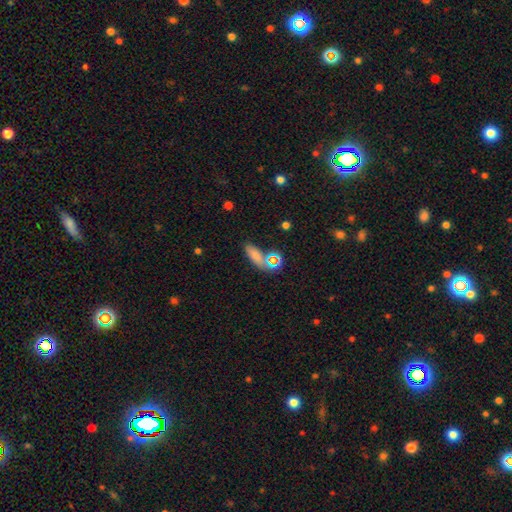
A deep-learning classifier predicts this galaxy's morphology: smooth 71%, star or artifact 20%, featured or disk 9%. Down the decision tree: how rounded — in between (65%); merging — none (69%).